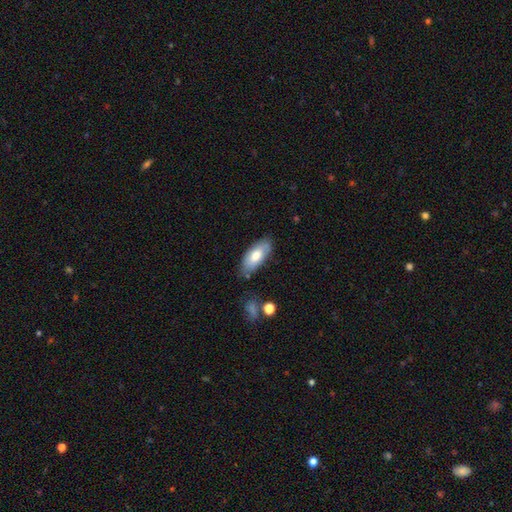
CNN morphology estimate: type=smooth (73%); roundness=in between (86%); merging=none (74%).